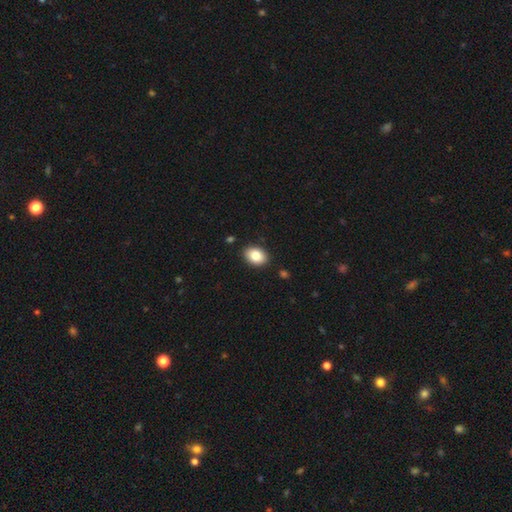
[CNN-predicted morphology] Smooth or featured?
  - smooth: 84% *
  - featured or disk: 8%
  - star or artifact: 8%
How rounded?
  - in between: 74% *
  - round: 25%
  - cigar-shaped: 1%
Merging?
  - none: 89% *
  - minor disturbance: 7%
  - major disturbance: 2%
  - merger: 1%